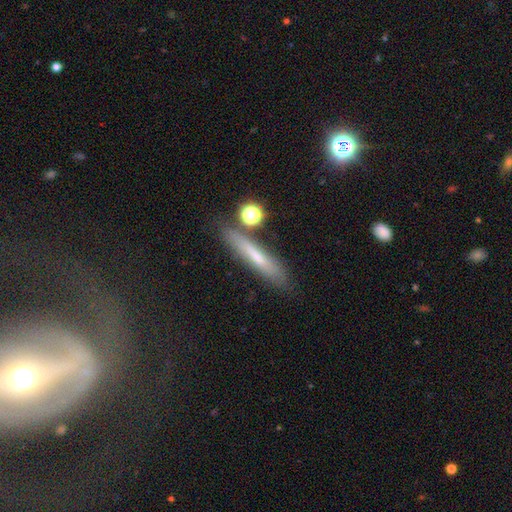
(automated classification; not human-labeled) This is possibly a smooth galaxy (56%). How rounded: clearly cigar-shaped (87%). Merging: likely none (75%).